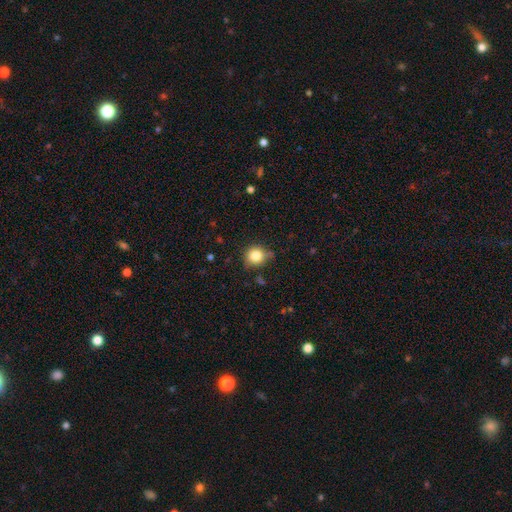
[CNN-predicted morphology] Q: Smooth or featured?
A: smooth (82%); runner-up: star or artifact (11%)
Q: How rounded?
A: round (87%); runner-up: in between (12%)
Q: Merging?
A: none (72%); runner-up: minor disturbance (21%)